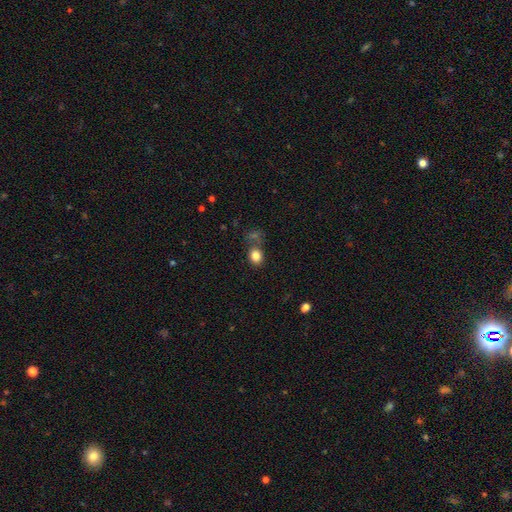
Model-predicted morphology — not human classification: Overall: smooth (83%). How rounded: round (52%; in between 47%). Merging: none (61%).